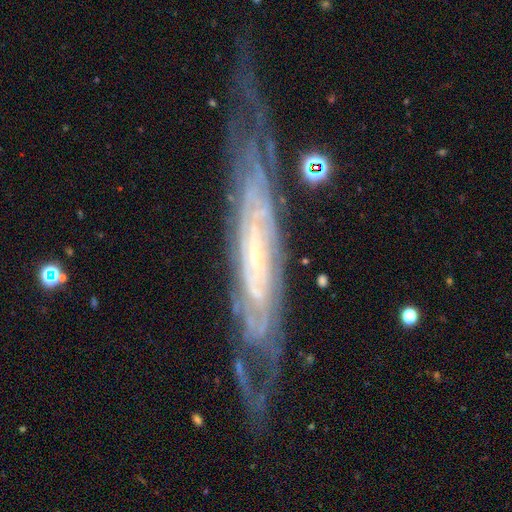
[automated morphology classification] A featured or disk galaxy (85%) with no bar (52%), tight (72%) spiral arms (95%) and a small central bulge (77%).

Vote fractions:
- Smooth or featured? featured or disk: 85% / smooth: 9% / star or artifact: 7%
- Edge-on disk? no: 64% / yes: 36%
- Bar? no: 52% / weak: 30% / strong: 18%
- Spiral arms? yes: 95% / no: 5%
- Spiral winding? tight: 72% / medium: 23% / loose: 5%
- Spiral arm count? can't tell: 54% / 2: 17% / 3: 9% / 4: 8% / more than 4: 7% / 1: 5%
- Bulge size? small: 77% / moderate: 13% / none: 6% / large: 2% / dominant: 1%
- Merging? none: 69% / minor disturbance: 19% / major disturbance: 9% / merger: 2%